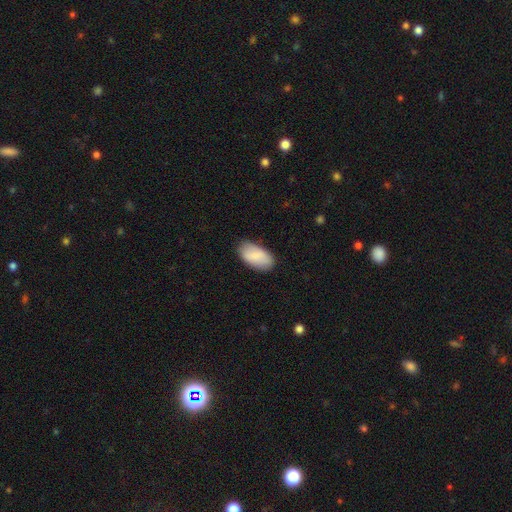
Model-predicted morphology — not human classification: Smooth or featured? smooth (84%)
How rounded? in between (95%)
Merging? none (82%)